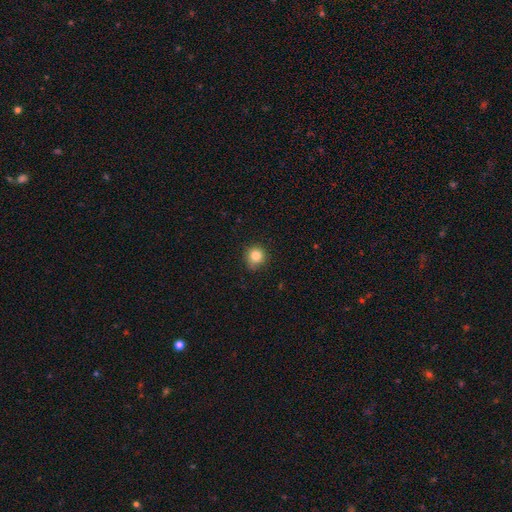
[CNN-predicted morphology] Q: Smooth or featured?
A: smooth (82%); runner-up: star or artifact (12%)
Q: How rounded?
A: round (91%); runner-up: in between (8%)
Q: Merging?
A: none (79%); runner-up: minor disturbance (16%)